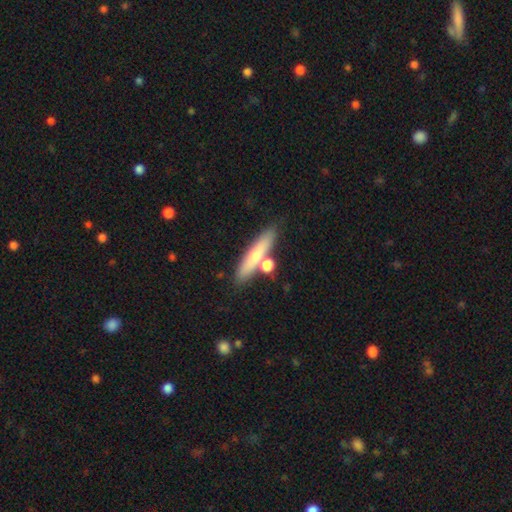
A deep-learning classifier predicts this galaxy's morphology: Smooth or featured?
  - smooth: 63% *
  - featured or disk: 30%
  - star or artifact: 7%
How rounded?
  - cigar-shaped: 80% *
  - in between: 15%
  - round: 5%
Merging?
  - none: 69% *
  - merger: 16%
  - minor disturbance: 11%
  - major disturbance: 4%